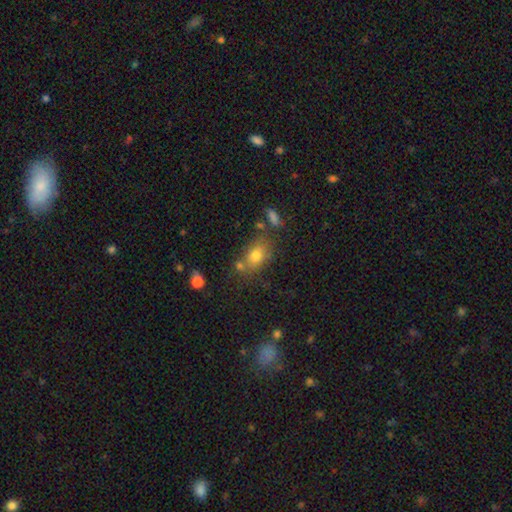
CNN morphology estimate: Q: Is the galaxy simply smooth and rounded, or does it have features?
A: smooth — 76%.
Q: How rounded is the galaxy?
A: in between — 76%.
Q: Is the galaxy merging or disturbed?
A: none — 62%.